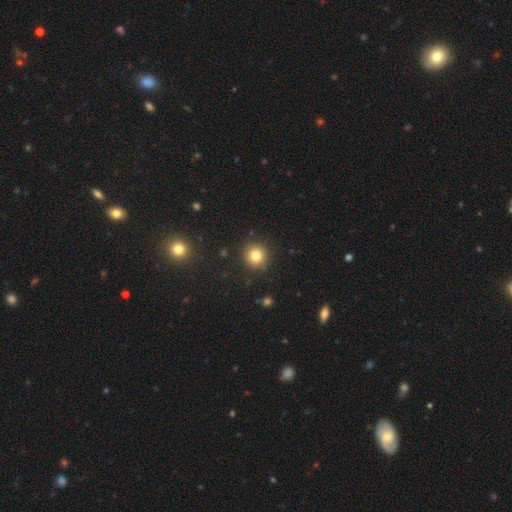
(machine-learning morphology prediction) The model was most divided on "smooth or featured": smooth: 81%, star or artifact: 12%, featured or disk: 7%. More confident: how rounded — round (94%); merging — none (90%).